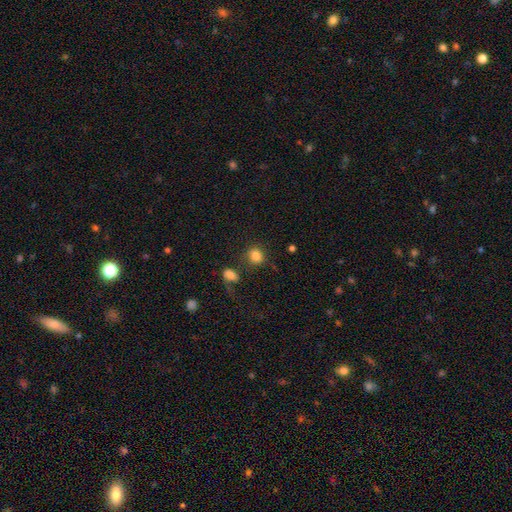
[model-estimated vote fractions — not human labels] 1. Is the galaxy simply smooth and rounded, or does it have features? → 83% smooth, 11% star or artifact, 6% featured or disk.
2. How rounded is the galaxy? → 76% round, 23% in between, 1% cigar-shaped.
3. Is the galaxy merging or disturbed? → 73% none, 11% minor disturbance, 10% merger, 6% major disturbance.